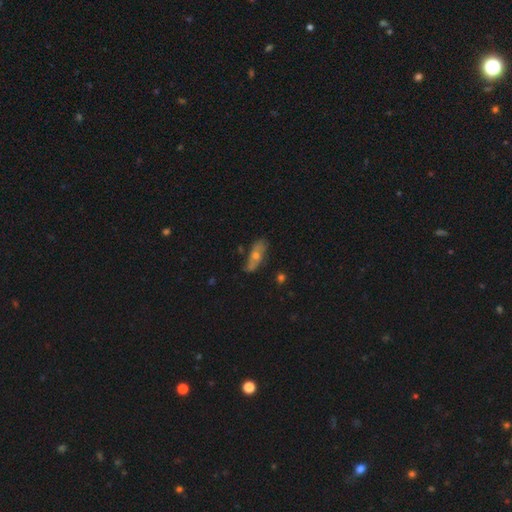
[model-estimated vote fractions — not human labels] smooth_or_featured: featured or disk (p=0.55) [alt: smooth p=0.35]
disk_edge_on: no (p=0.73) [alt: yes p=0.27]
merging: none (p=0.67) [alt: minor disturbance p=0.23]